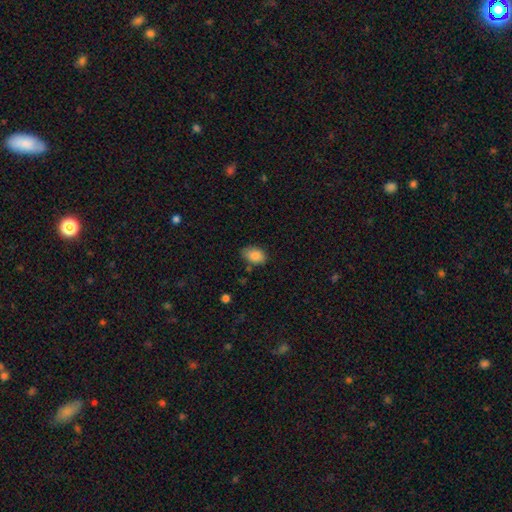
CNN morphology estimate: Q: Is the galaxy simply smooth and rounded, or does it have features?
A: smooth — 87%.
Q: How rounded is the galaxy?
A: in between — 85%.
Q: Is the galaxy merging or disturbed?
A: none — 71%.